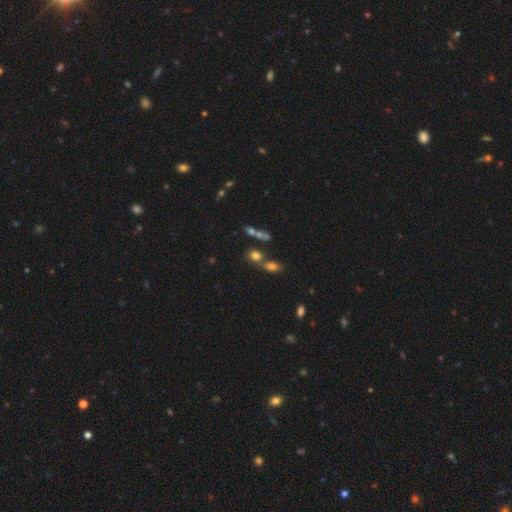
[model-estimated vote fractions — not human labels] Smooth or featured? smooth (70%)
How rounded? round (49%)
Merging? none (47%)